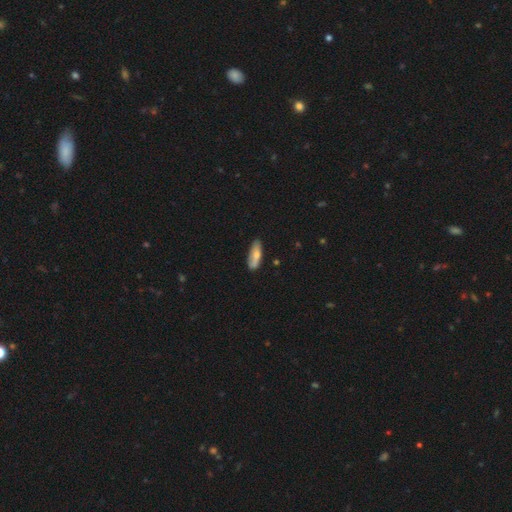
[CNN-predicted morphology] smooth 71%, featured or disk 23%, star or artifact 6%. Down the decision tree: how rounded — in between (56%); merging — none (76%).